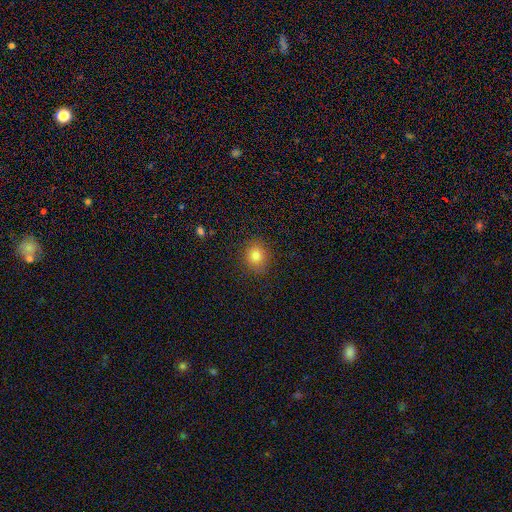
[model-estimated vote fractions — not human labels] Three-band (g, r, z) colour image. It shows a smooth galaxy with no disk features (82%) that is round (75%). Merging: none (85%).